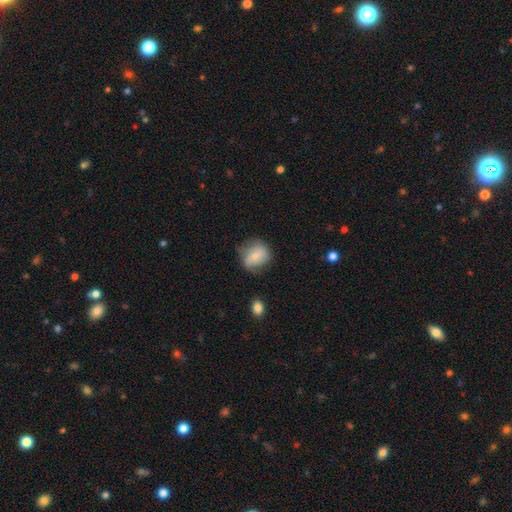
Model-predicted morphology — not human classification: Smooth or featured: smooth — 63% (featured or disk — 30%)
How rounded: round — 61% (in between — 37%)
Merging: none — 57% (minor disturbance — 30%)